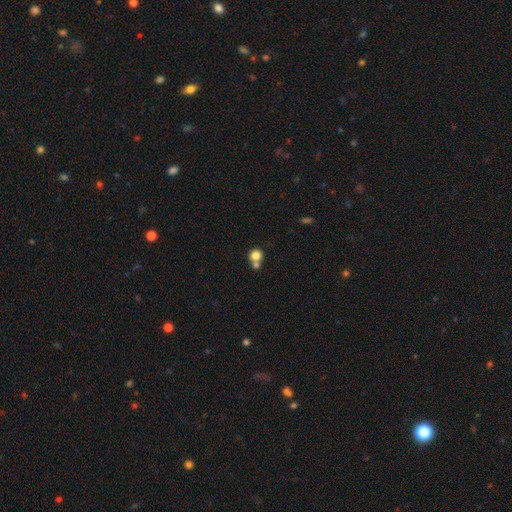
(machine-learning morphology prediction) A smooth galaxy with no disk features (80%) that is round (86%). Merging: merger (46%).